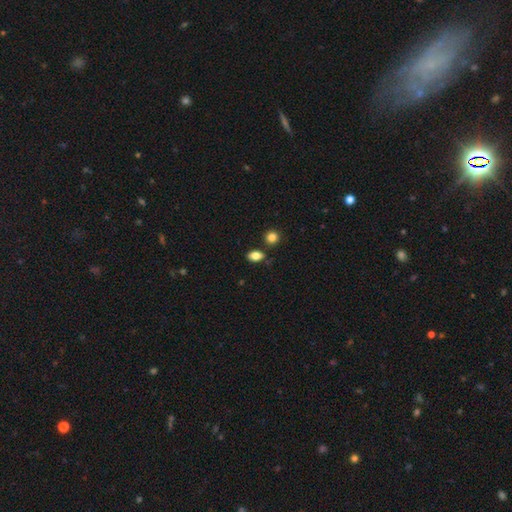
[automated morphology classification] This is clearly a smooth galaxy (82%). How rounded: clearly in between (83%). Merging: likely none (79%).